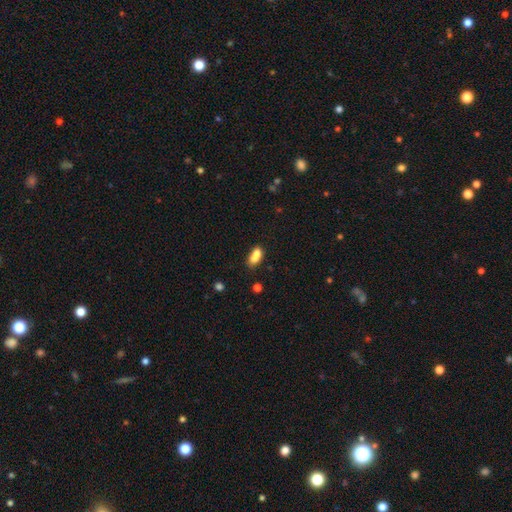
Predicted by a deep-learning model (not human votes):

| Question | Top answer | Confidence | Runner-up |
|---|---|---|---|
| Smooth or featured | smooth | 76% | featured or disk (14%) |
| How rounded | in between | 78% | round (13%) |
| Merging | merger | 50% | none (31%) |